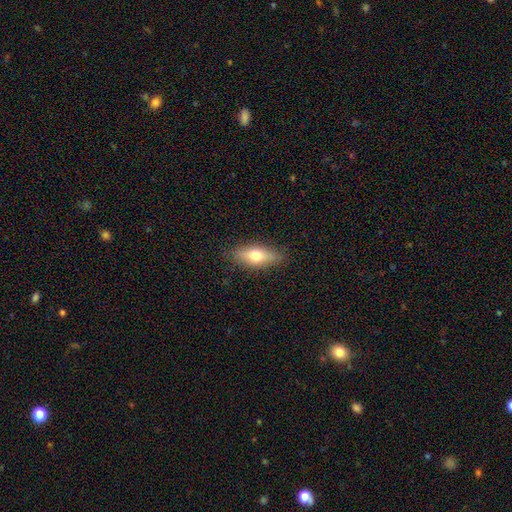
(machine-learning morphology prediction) This appears to be a smooth galaxy with no disk features (59%) that is in between round and cigar-shaped (62%). Merging: none (86%).